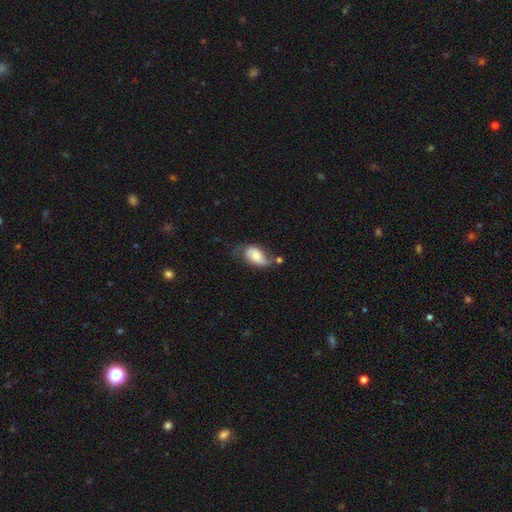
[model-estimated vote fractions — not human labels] Overall: smooth (56%; featured or disk 37%). How rounded: in between (91%). Merging: none (39%; minor disturbance 34%).